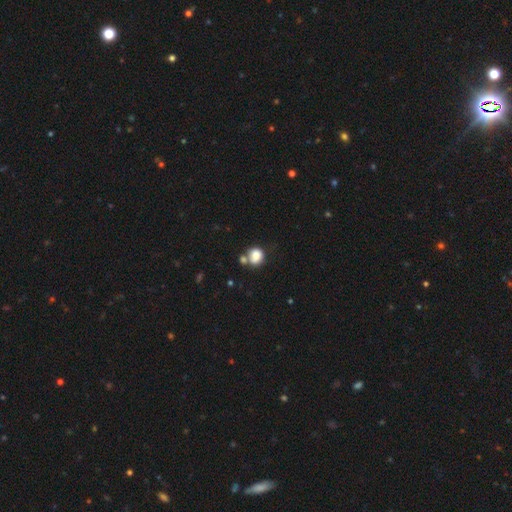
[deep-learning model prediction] smooth 82%, star or artifact 10%, featured or disk 9%. Down the decision tree: how rounded — round (66%); merging — none (46%).